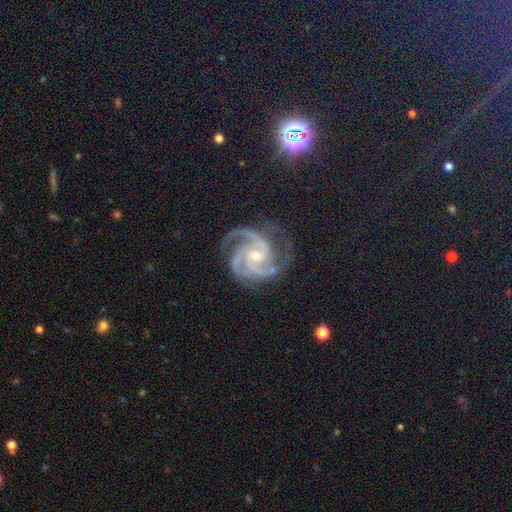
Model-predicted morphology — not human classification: A featured or disk galaxy (92%) with no bar (66%), 3 (68%) tight (56%) spiral arms (99%) and a small central bulge (61%). Merging: none (74%).